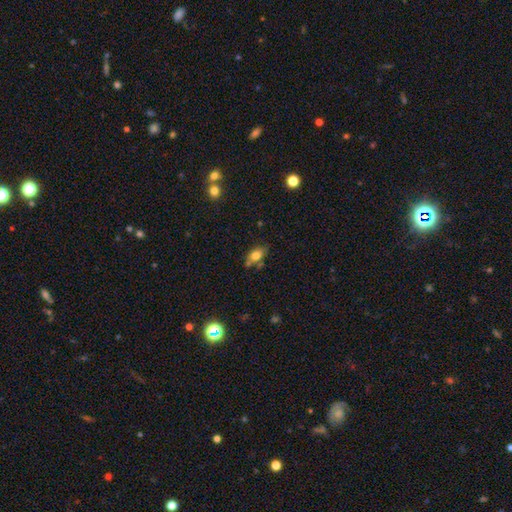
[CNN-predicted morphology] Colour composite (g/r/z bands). It shows a smooth galaxy with no disk features (76%) that is in between round and cigar-shaped (81%). Merging: none (60%).